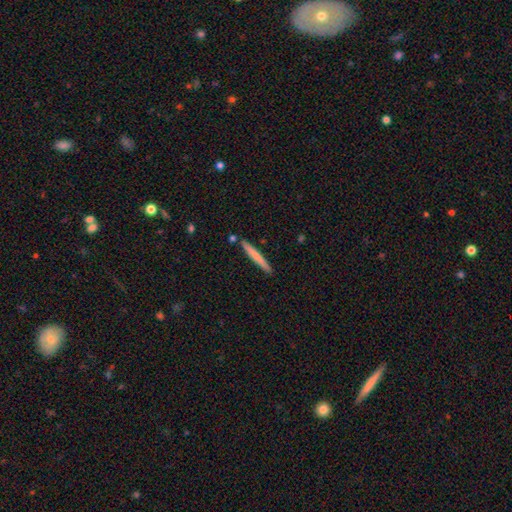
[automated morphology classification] This appears to be a smooth galaxy with no disk features (69%) that is cigar-shaped (97%). Merging: none (88%).